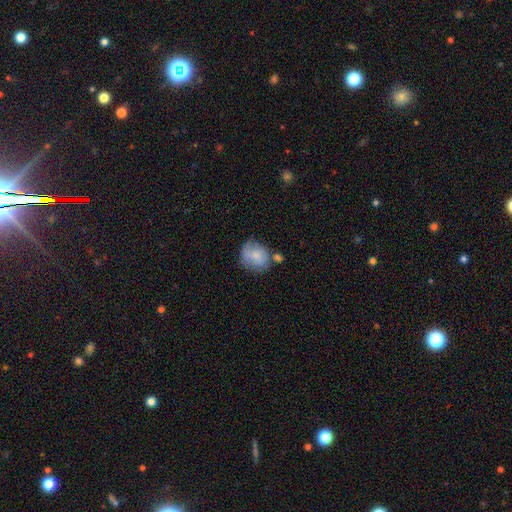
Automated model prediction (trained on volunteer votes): This appears to be a smooth galaxy with no disk features (70%) that is round (61%). Merging: none (45%).